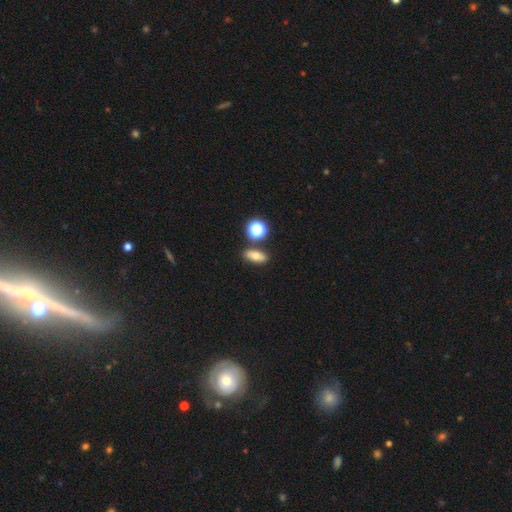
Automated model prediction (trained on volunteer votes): smooth 69%, featured or disk 16%, star or artifact 14%. Down the decision tree: how rounded — in between (69%); merging — none (79%).